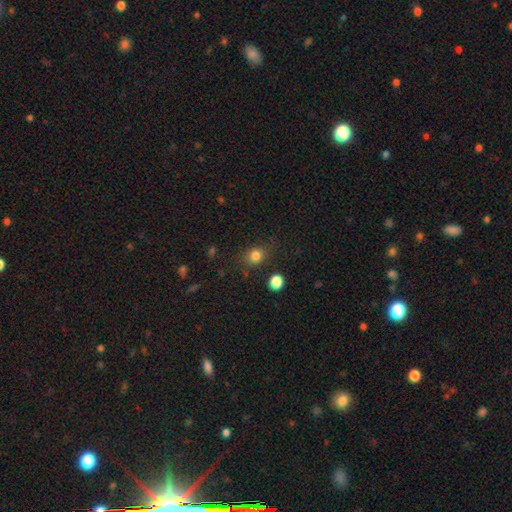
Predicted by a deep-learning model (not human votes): The model was most divided on "how rounded": round: 63%, in between: 35%, cigar-shaped: 1%. More confident: smooth or featured — smooth (81%); merging — none (76%).